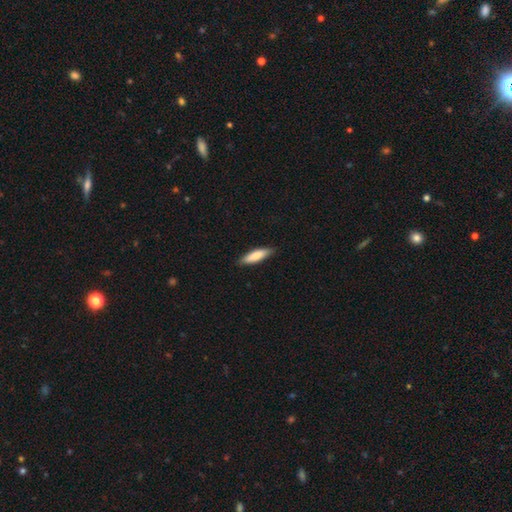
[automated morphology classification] The model was most divided on "how rounded": cigar-shaped: 63%, in between: 36%, round: 1%. More confident: merging — none (85%); smooth or featured — smooth (81%).